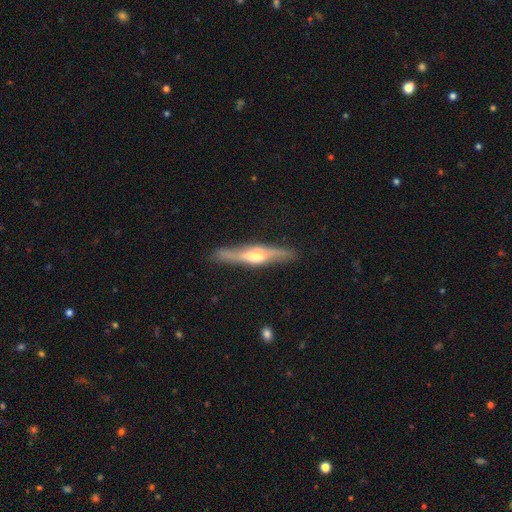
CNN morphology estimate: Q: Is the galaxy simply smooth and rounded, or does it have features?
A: featured or disk — 68%.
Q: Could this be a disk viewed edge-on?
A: yes — 91%.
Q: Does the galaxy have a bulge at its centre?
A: rounded — 84%.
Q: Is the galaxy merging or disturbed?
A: none — 86%.